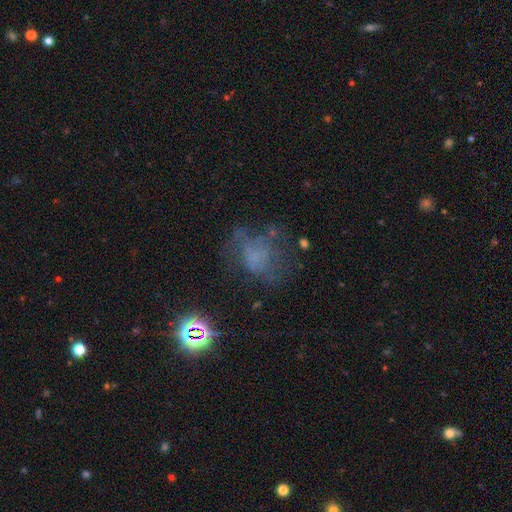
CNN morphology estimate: Smooth or featured: featured or disk — 38% (smooth — 34%)
Merging: none — 48% (major disturbance — 28%)